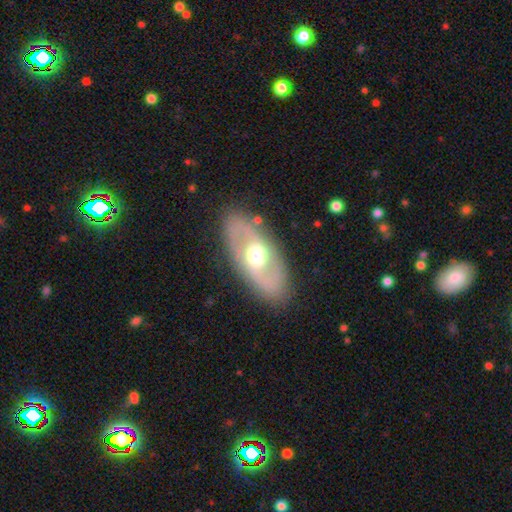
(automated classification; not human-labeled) A featured or disk galaxy (66%) with no bar (59%), spiral arms (57%) and a moderate central bulge (67%). Merging: none (84%).